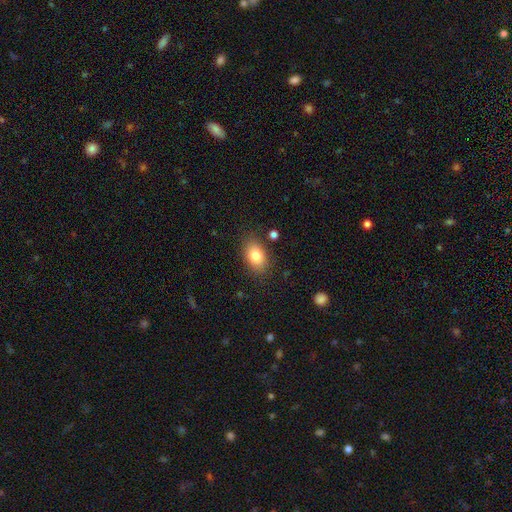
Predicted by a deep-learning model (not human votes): Overall: smooth (82%). How rounded: in between (83%). Merging: none (82%).